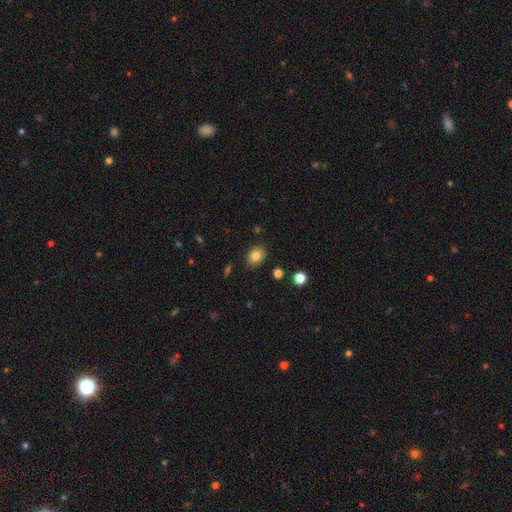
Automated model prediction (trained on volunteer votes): smooth_or_featured: smooth (p=0.81) [alt: star or artifact p=0.11]
how_rounded: round (p=0.54) [alt: in between p=0.45]
merging: none (p=0.87) [alt: minor disturbance p=0.09]